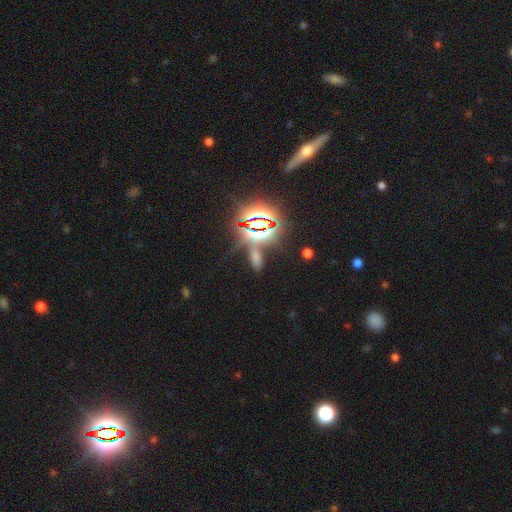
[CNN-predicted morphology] This appears to be a star or artifact, not a galaxy (64%).